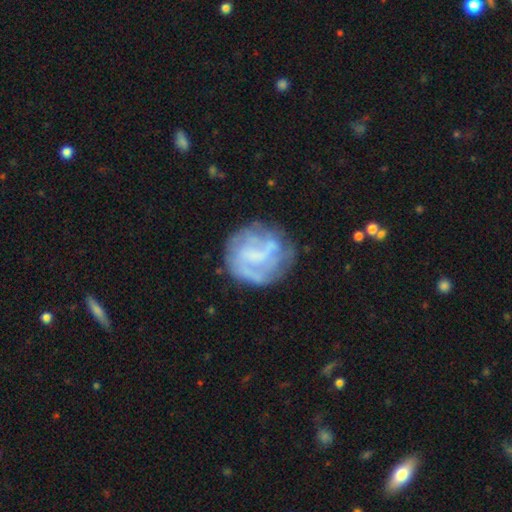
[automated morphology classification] smooth_or_featured: featured or disk (p=0.64) [alt: smooth p=0.28]
disk_edge_on: no (p=0.98) [alt: yes p=0.02]
bar: no (p=0.46) [alt: weak p=0.39]
has_spiral_arms: yes (p=0.61) [alt: no p=0.39]
bulge_size: none (p=0.55) [alt: small p=0.23]
merging: none (p=0.64) [alt: minor disturbance p=0.19]